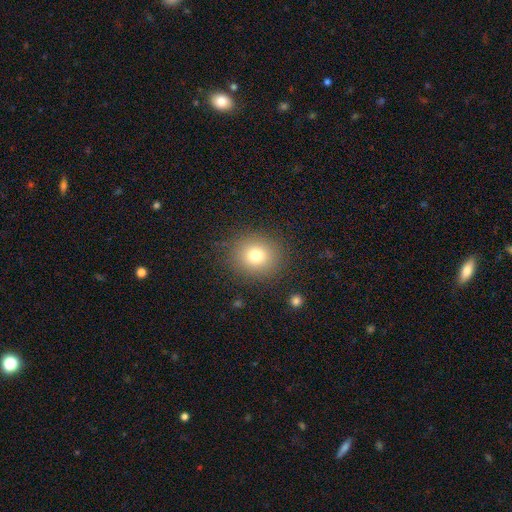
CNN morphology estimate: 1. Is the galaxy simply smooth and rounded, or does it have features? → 76% smooth, 14% star or artifact, 10% featured or disk.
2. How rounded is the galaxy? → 81% round, 19% in between, 1% cigar-shaped.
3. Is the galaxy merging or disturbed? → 87% none, 8% minor disturbance, 4% major disturbance, 1% merger.